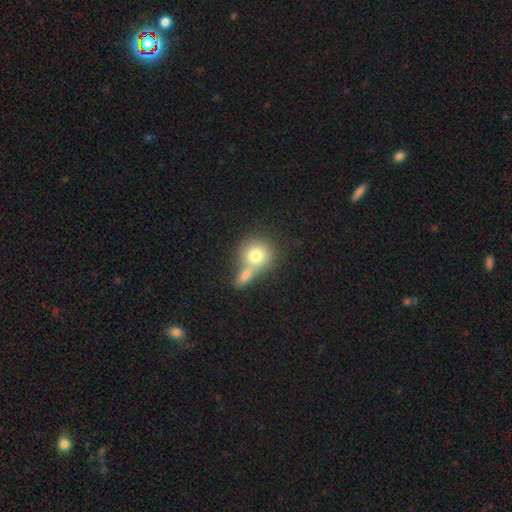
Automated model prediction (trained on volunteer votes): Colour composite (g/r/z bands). It shows a smooth galaxy with no disk features (76%) that is round (84%). Merging: merger (48%).